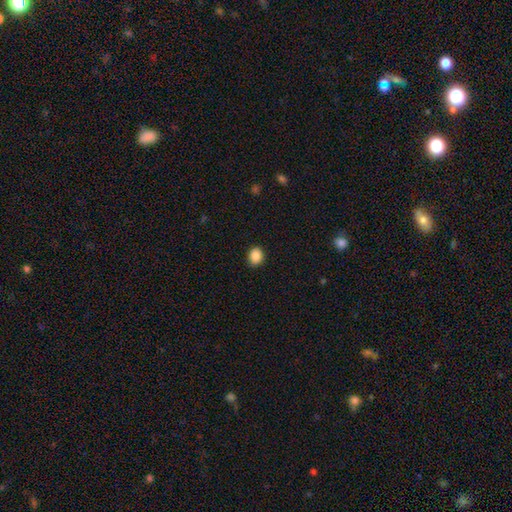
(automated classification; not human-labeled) Smooth or featured: smooth — 88% (star or artifact — 9%)
How rounded: round — 59% (in between — 40%)
Merging: none — 89% (minor disturbance — 8%)